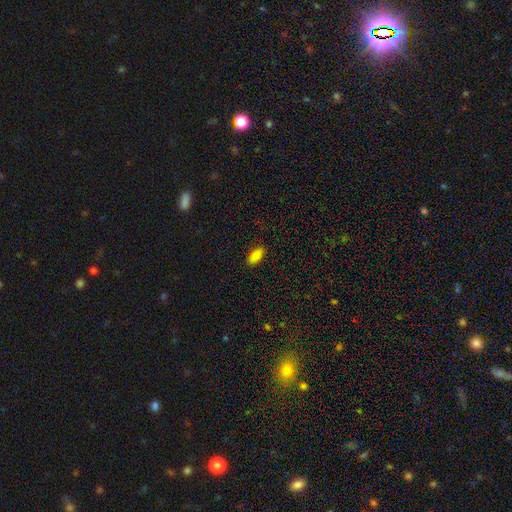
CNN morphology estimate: The model was most divided on "smooth or featured": smooth: 85%, star or artifact: 9%, featured or disk: 6%. More confident: how rounded — in between (92%); merging — none (88%).